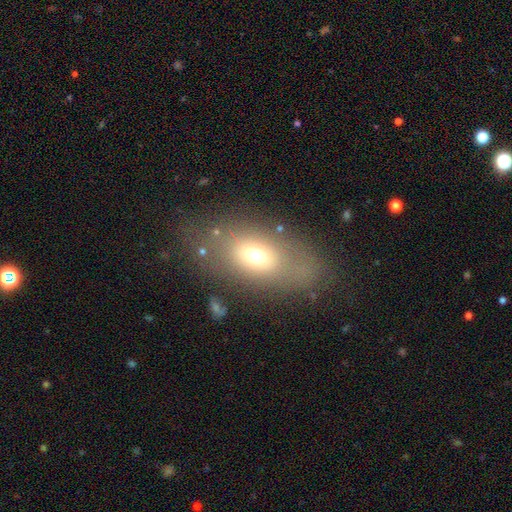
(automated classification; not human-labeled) Morphology: type=smooth (64%); roundness=in between (81%); merging=none (69%).